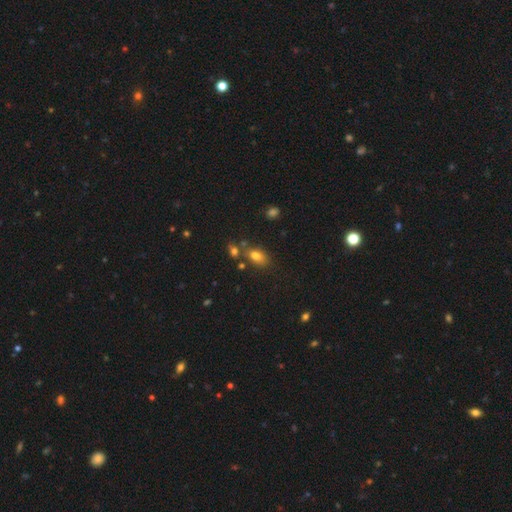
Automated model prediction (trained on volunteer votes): smooth-or-featured: smooth: 77% | star or artifact: 13% | featured or disk: 10%
  how-rounded: in between: 84% | round: 12% | cigar-shaped: 4%
  merging: none: 60% | merger: 19% | minor disturbance: 15% | major disturbance: 5%